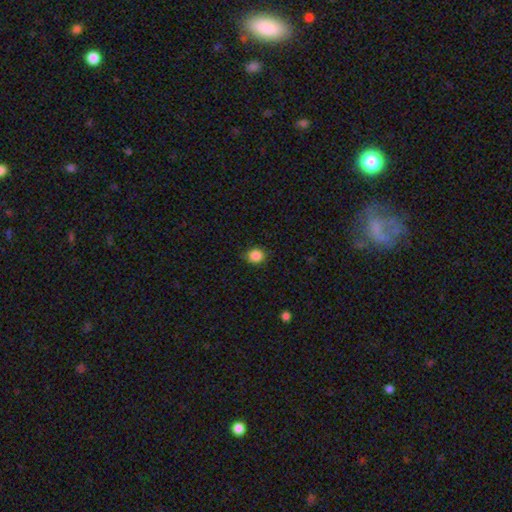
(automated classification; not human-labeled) Morphology: type=smooth (86%); roundness=round (81%); merging=none (83%).